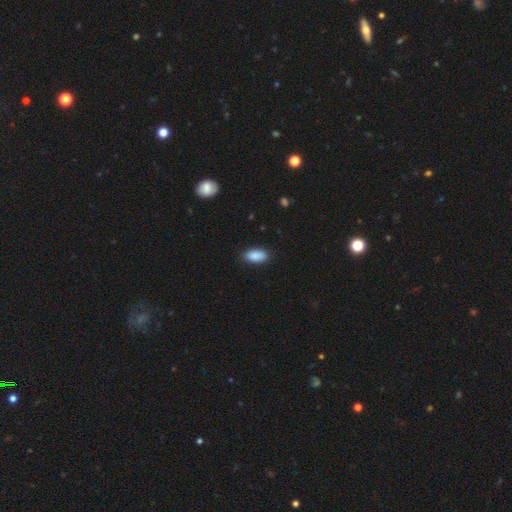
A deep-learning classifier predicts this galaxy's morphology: A smooth galaxy with no disk features (89%) that is in between round and cigar-shaped (92%). Merging: none (87%).